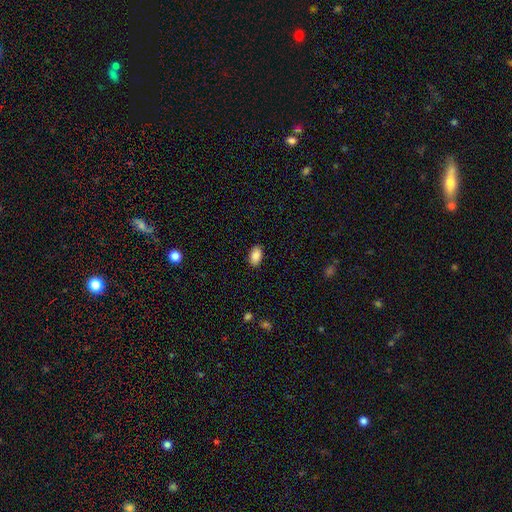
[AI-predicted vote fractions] This appears to be a smooth galaxy with no disk features (88%) that is in between round and cigar-shaped (93%). Merging: none (88%).